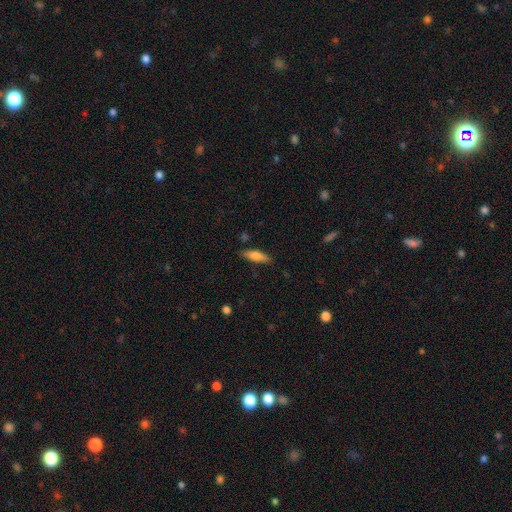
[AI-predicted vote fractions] Smooth or featured? Predicted: smooth (p=0.70). How rounded? Predicted: cigar-shaped (p=0.56). Merging? Predicted: none (p=0.82).